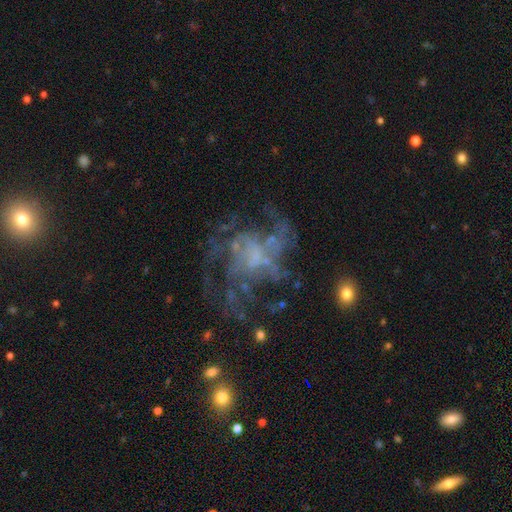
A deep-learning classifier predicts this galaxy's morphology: type=featured or disk (74%); edge-on=no (98%); bar=no (70%); spiral arms=yes (68%); bulge=none (50%); merging=none (45%).